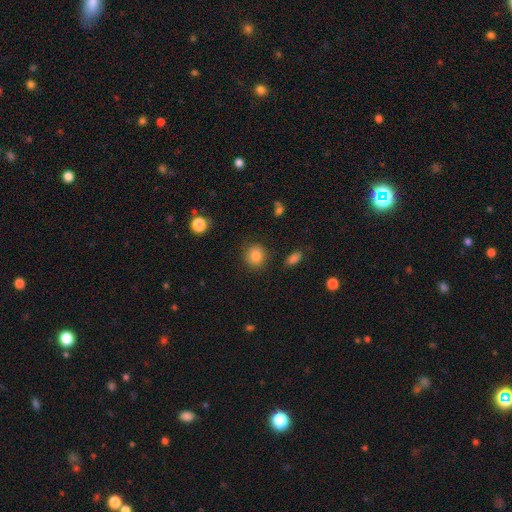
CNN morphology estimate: Overall: smooth (84%). How rounded: round (86%). Merging: none (87%).